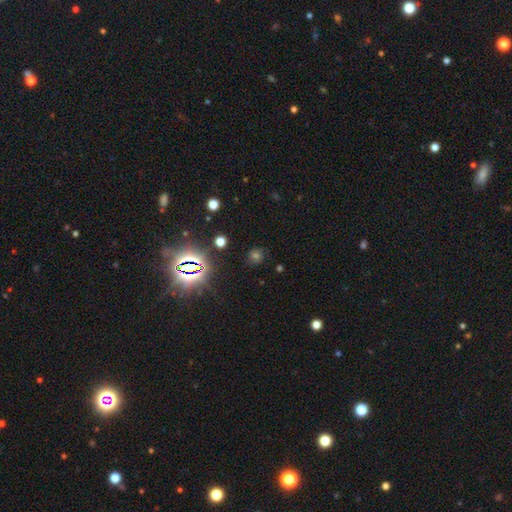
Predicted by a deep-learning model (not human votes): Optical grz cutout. It shows a star or artifact, not a galaxy (55%).